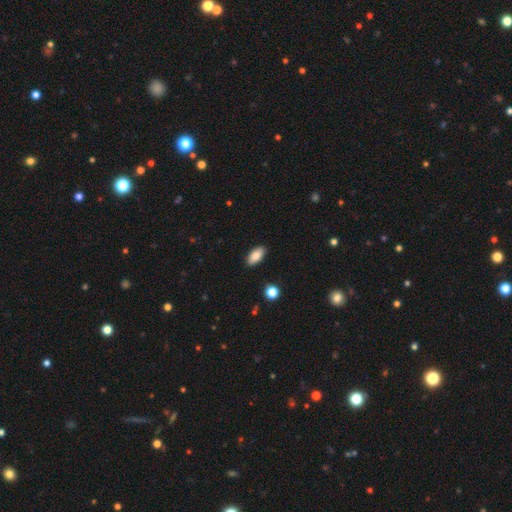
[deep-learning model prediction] Smooth or featured? smooth (82%)
How rounded? in between (91%)
Merging? none (89%)